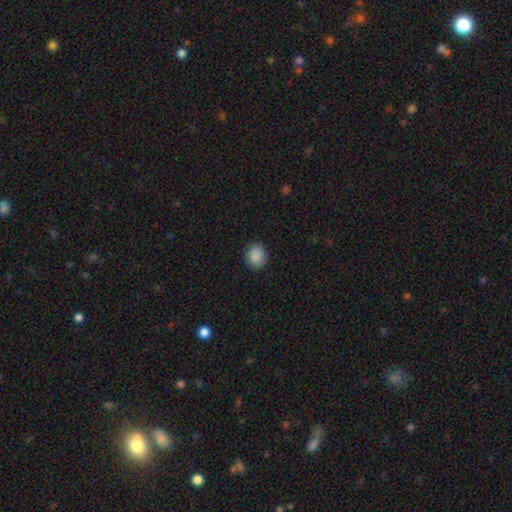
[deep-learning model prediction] Smooth or featured: smooth — 89% (star or artifact — 9%)
How rounded: round — 78% (in between — 21%)
Merging: none — 89% (minor disturbance — 8%)